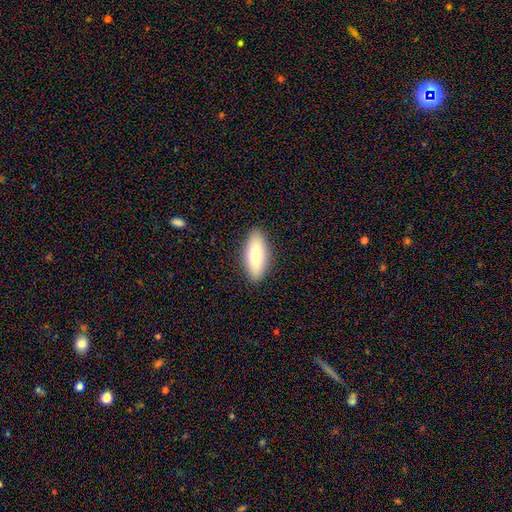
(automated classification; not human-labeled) smooth-or-featured: smooth: 77% | featured or disk: 16% | star or artifact: 6%
  how-rounded: in between: 78% | cigar-shaped: 20% | round: 2%
  merging: none: 89% | minor disturbance: 8% | major disturbance: 2% | merger: 1%